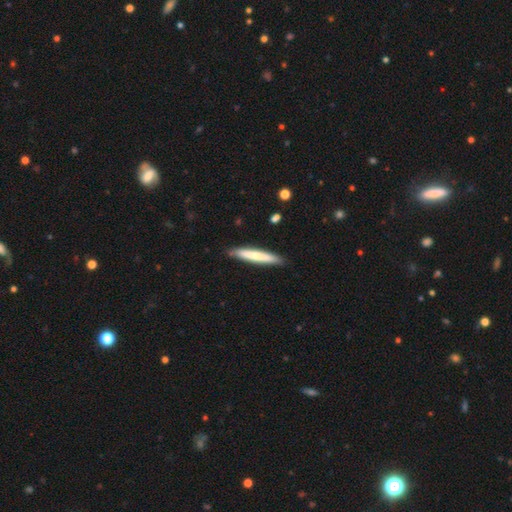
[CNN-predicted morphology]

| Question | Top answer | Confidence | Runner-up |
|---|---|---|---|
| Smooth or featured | smooth | 67% | featured or disk (28%) |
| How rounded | cigar-shaped | 94% | in between (4%) |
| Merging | none | 88% | minor disturbance (10%) |